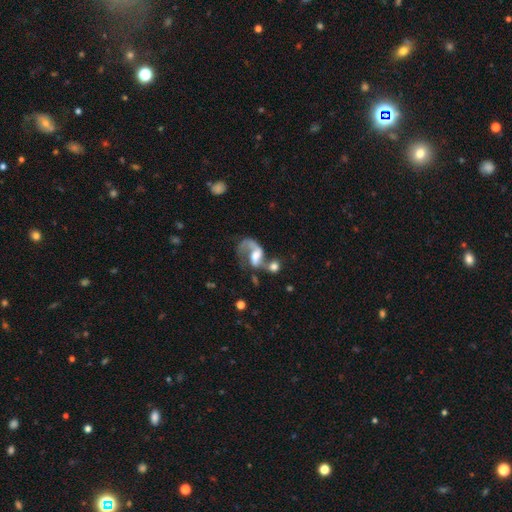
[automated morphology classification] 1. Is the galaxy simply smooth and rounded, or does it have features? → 68% featured or disk, 22% smooth, 10% star or artifact.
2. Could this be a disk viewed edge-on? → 97% no, 3% yes.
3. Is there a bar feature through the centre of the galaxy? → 41% no, 40% weak, 19% strong.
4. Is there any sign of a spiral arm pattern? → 81% yes, 19% no.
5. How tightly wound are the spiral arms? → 60% loose, 31% medium, 9% tight.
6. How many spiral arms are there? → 56% 1, 34% 2, 6% can't tell, 2% 3, 1% 4, 1% more than 4.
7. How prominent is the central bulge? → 37% moderate, 25% large, 17% small, 16% none, 4% dominant.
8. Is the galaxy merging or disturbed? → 35% major disturbance (tied), 35% merger (tied), 20% none, 11% minor disturbance.